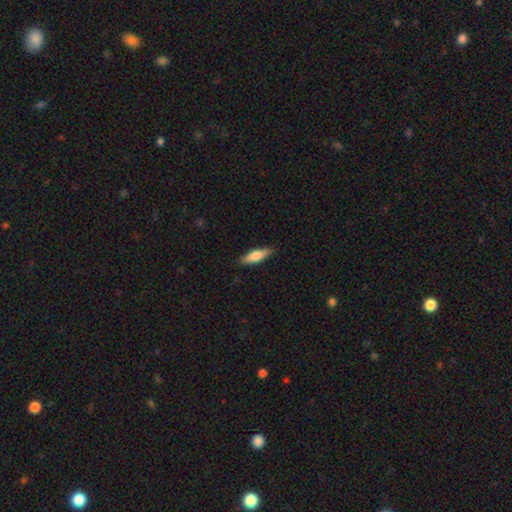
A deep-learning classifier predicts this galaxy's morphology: A smooth galaxy with no disk features (70%) that is cigar-shaped (54%).

Vote fractions:
- Smooth or featured? smooth: 70% / featured or disk: 24% / star or artifact: 6%
- How rounded? cigar-shaped: 54% / in between: 44% / round: 2%
- Merging? none: 88% / minor disturbance: 9% / major disturbance: 2% / merger: 1%